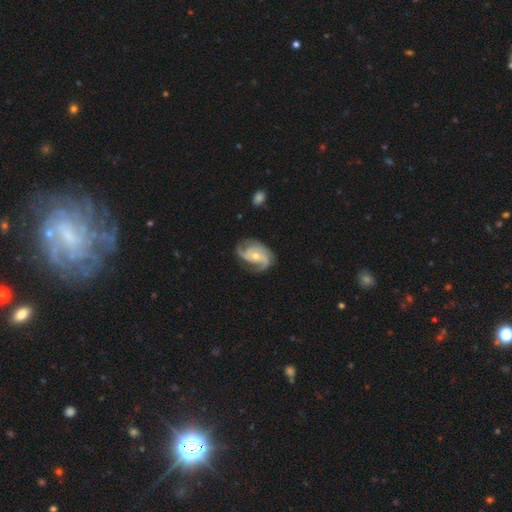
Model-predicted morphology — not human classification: smooth-or-featured: featured or disk: 89% | smooth: 6% | star or artifact: 4%
  disk-edge-on: no: 98% | yes: 2%
    bar: no: 64% | weak: 28% | strong: 8%
    has-spiral-arms: yes: 98% | no: 2%
      spiral-winding: medium: 49% | tight: 34% | loose: 18%
      spiral-arm-count: 3: 52% | 2: 28% | can't tell: 7% | 4: 5% | 1: 4% | more than 4: 4%
    bulge-size: moderate: 55% | small: 41% | large: 2% | none: 1% | dominant: 1%
  merging: none: 67% | minor disturbance: 21% | major disturbance: 10% | merger: 2%